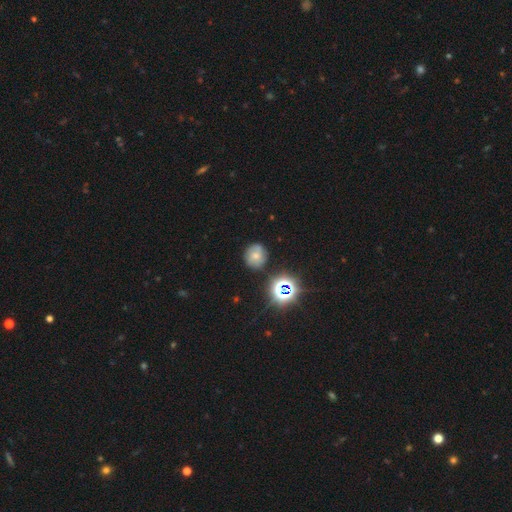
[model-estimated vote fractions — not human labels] A smooth galaxy with no disk features (50%) that is round (84%). Merging: none (76%).